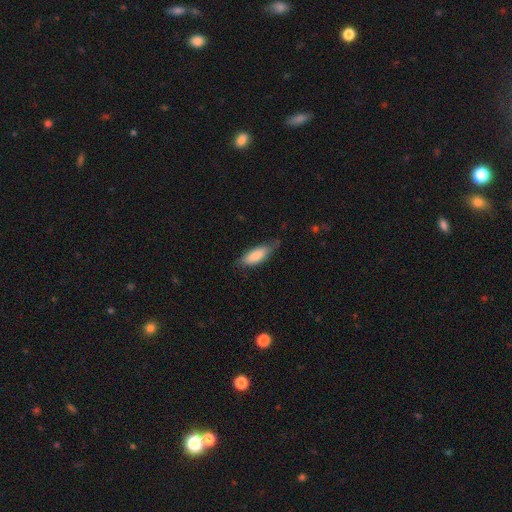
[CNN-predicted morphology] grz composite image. It shows a smooth galaxy with no disk features (82%) that is in between round and cigar-shaped (70%). Merging: none (62%).